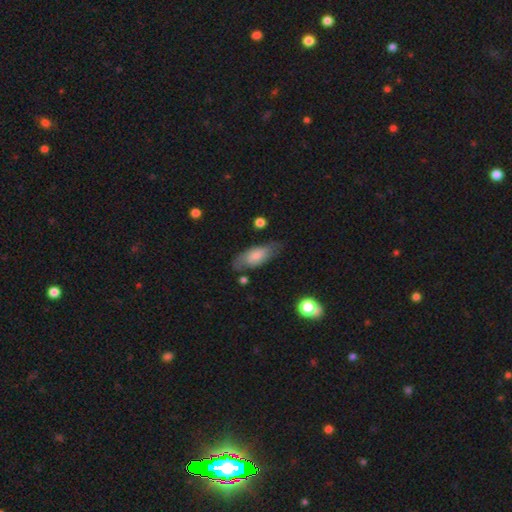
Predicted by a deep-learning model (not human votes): This is likely a smooth galaxy (63%). How rounded: clearly in between (81%). Merging: likely none (66%).